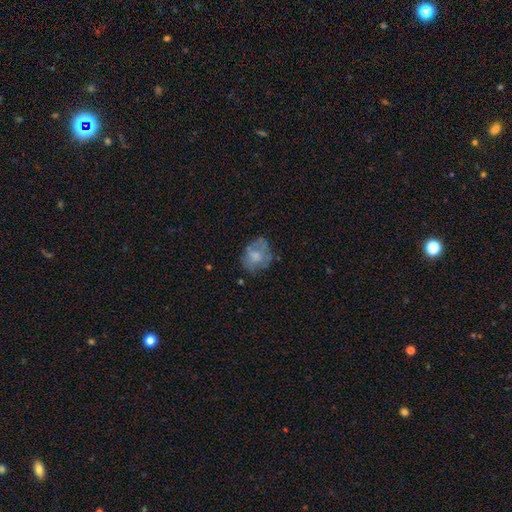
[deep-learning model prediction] smooth-or-featured: smooth: 55% | featured or disk: 36% | star or artifact: 9%
  how-rounded: in between: 52% | round: 47% | cigar-shaped: 1%
  merging: none: 56% | minor disturbance: 25% | major disturbance: 16% | merger: 3%